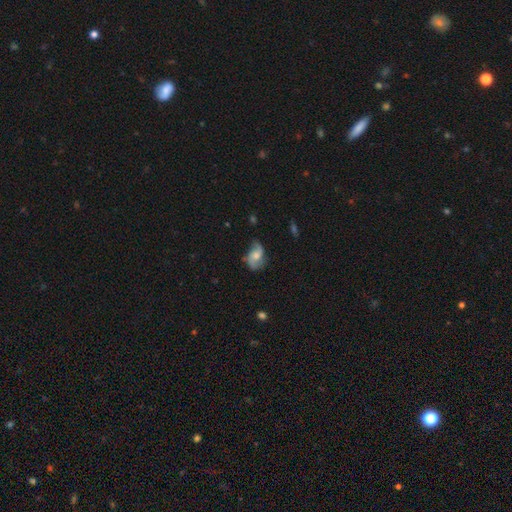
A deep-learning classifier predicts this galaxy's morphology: smooth-or-featured: featured or disk: 61% | smooth: 32% | star or artifact: 8%
  disk-edge-on: no: 96% | yes: 4%
    bar: no: 63% | weak: 31% | strong: 6%
    has-spiral-arms: yes: 89% | no: 11%
      spiral-winding: loose: 55% | medium: 33% | tight: 11%
      spiral-arm-count: 2: 85% | can't tell: 7% | 1: 4% | 3: 2% | 4: 1% | more than 4: 1%
    bulge-size: moderate: 50% | small: 28% | large: 11% | none: 9% | dominant: 2%
  merging: none: 57% | minor disturbance: 28% | major disturbance: 12% | merger: 2%